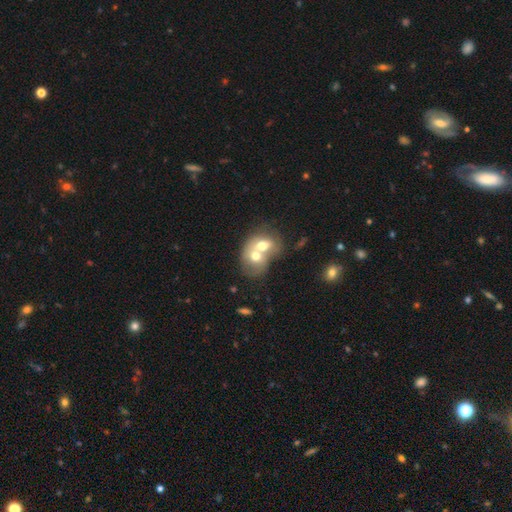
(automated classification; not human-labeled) Q: Smooth or featured?
A: smooth (60%); runner-up: featured or disk (32%)
Q: How rounded?
A: in between (56%); runner-up: round (43%)
Q: Merging?
A: merger (78%); runner-up: none (13%)